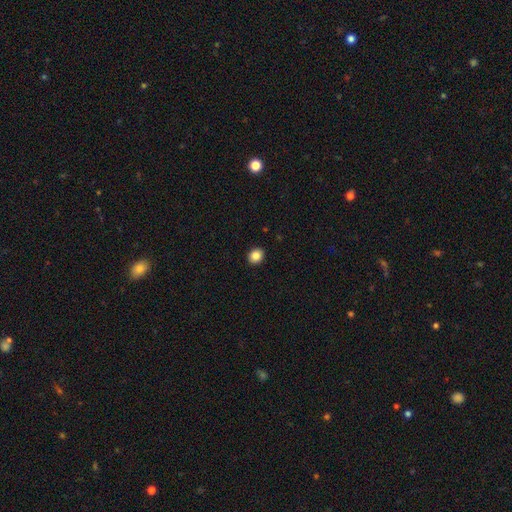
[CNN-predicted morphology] This appears to be a smooth galaxy with no disk features (85%) that is round (65%). Merging: none (92%).